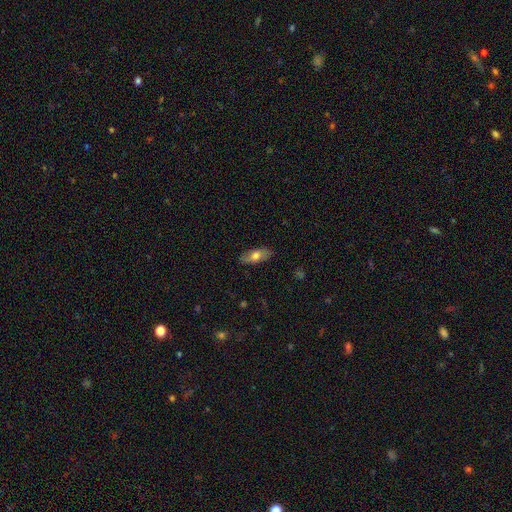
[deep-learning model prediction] A smooth galaxy with no disk features (68%) that is in between round and cigar-shaped (80%).

Vote fractions:
- Smooth or featured? smooth: 68% / featured or disk: 26% / star or artifact: 6%
- How rounded? in between: 80% / cigar-shaped: 16% / round: 3%
- Merging? none: 85% / minor disturbance: 12% / major disturbance: 2% / merger: 1%